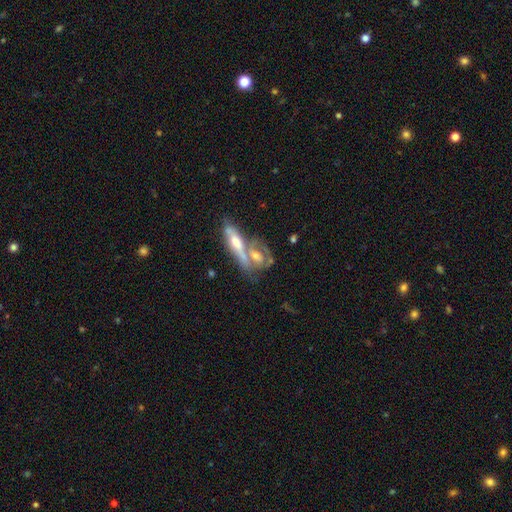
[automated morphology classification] smooth_or_featured: featured or disk (p=0.63) [alt: smooth p=0.30]
disk_edge_on: no (p=0.73) [alt: yes p=0.27]
merging: merger (p=0.56) [alt: none p=0.27]